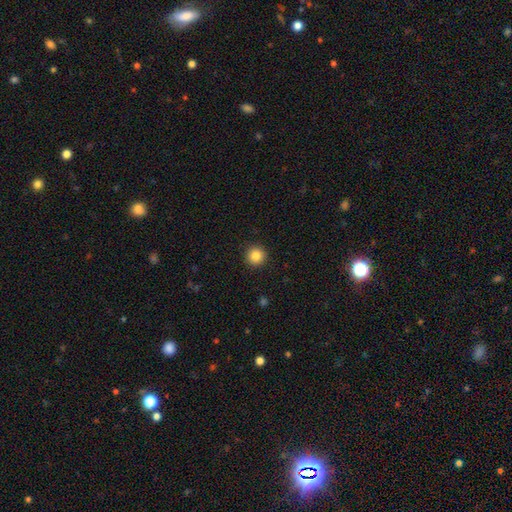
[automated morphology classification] smooth 86%, star or artifact 10%, featured or disk 4%. Down the decision tree: how rounded — round (95%); merging — none (92%).